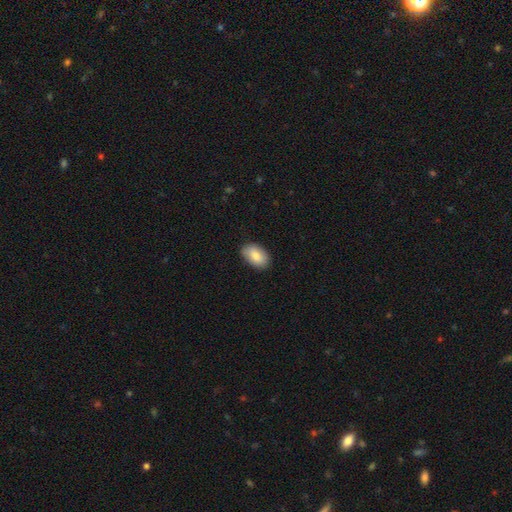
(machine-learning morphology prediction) smooth 85%, featured or disk 9%, star or artifact 6%. Down the decision tree: how rounded — in between (92%); merging — none (84%).